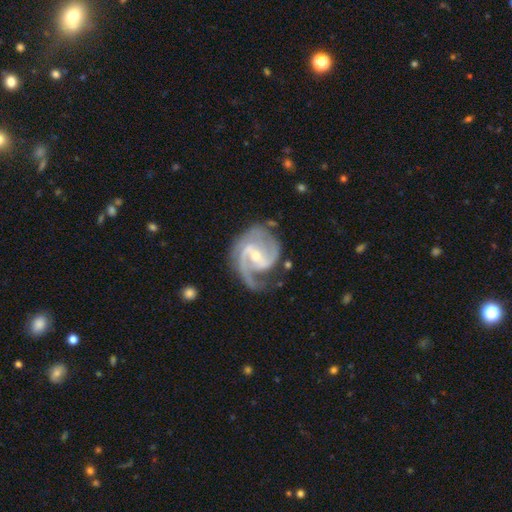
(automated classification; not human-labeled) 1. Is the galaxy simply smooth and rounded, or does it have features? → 92% featured or disk, 4% star or artifact, 4% smooth.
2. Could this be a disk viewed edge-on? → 98% no, 2% yes.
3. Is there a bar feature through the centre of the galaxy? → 49% weak, 32% strong, 18% no.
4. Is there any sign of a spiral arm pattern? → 98% yes, 2% no.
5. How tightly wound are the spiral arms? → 57% medium, 27% tight, 16% loose.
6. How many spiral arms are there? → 75% 2, 12% 3, 5% 1, 4% can't tell, 2% 4, 2% more than 4.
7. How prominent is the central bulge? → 58% small, 38% moderate, 1% none, 1% large, 1% dominant.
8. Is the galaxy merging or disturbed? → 63% none, 21% minor disturbance, 13% major disturbance, 2% merger.